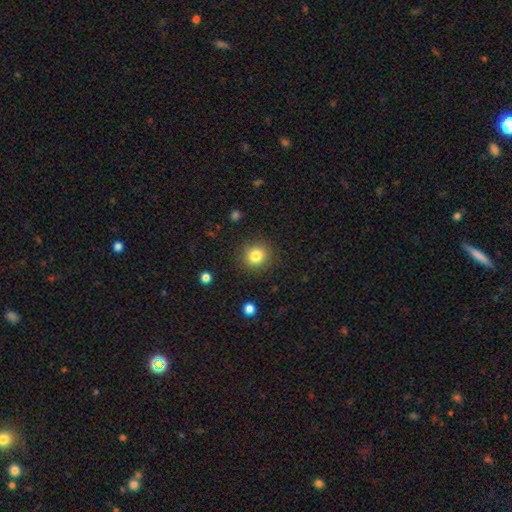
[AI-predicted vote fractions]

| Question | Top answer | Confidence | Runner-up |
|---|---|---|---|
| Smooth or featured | smooth | 81% | star or artifact (12%) |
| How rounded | round | 92% | in between (7%) |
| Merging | none | 88% | minor disturbance (7%) |